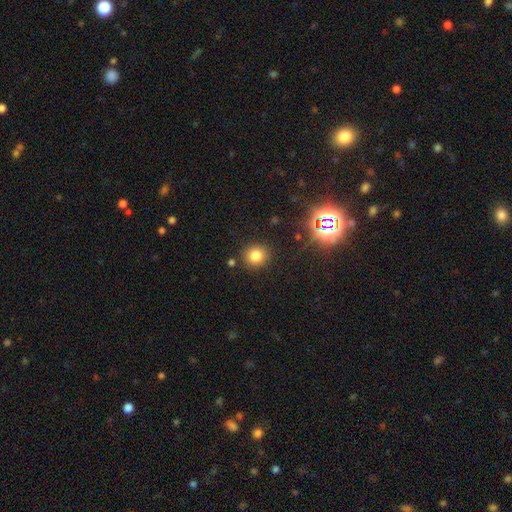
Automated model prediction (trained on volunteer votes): smooth_or_featured: smooth (p=0.77) [alt: star or artifact p=0.16]
how_rounded: round (p=0.87) [alt: in between p=0.12]
merging: none (p=0.88) [alt: minor disturbance p=0.07]